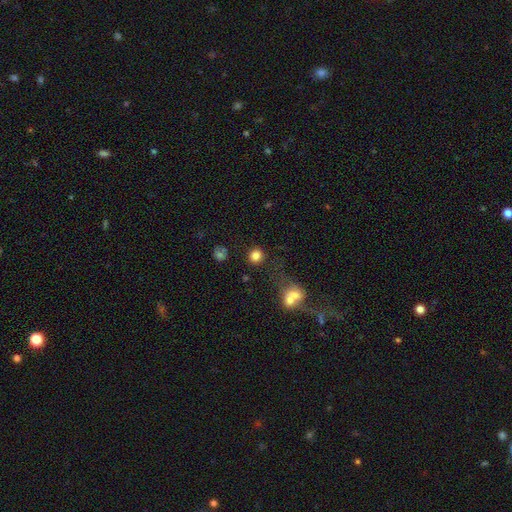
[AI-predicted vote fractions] A smooth galaxy with no disk features (81%) that is round (88%).

Vote fractions:
- Smooth or featured? smooth: 81% / star or artifact: 13% / featured or disk: 6%
- How rounded? round: 88% / in between: 11% / cigar-shaped: 1%
- Merging? none: 81% / minor disturbance: 8% / merger: 7% / major disturbance: 4%